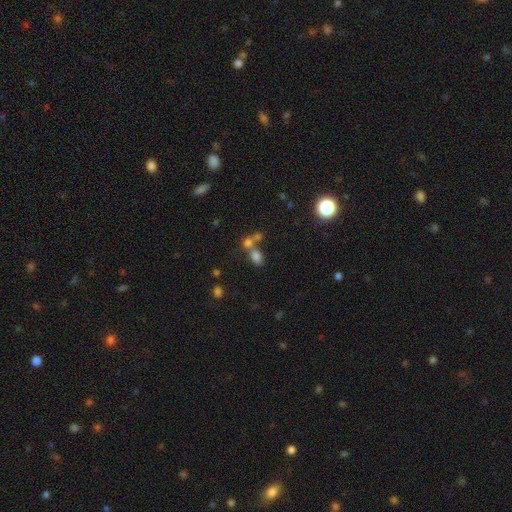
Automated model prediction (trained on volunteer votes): Smooth or featured? smooth (71%)
How rounded? in between (73%)
Merging? merger (49%)